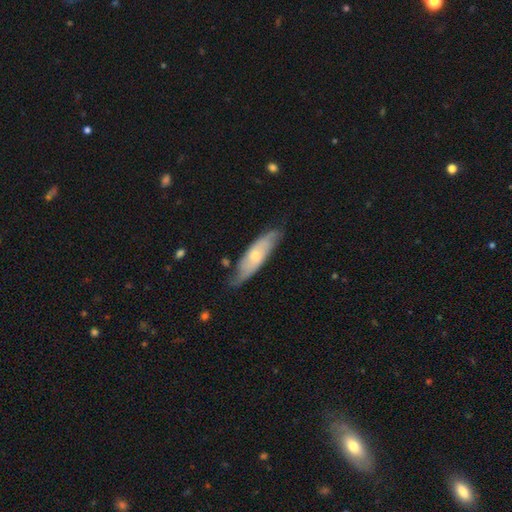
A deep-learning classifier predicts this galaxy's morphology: smooth-or-featured: featured or disk: 50% | smooth: 44% | star or artifact: 6%
  disk-edge-on: no: 66% | yes: 34%
  merging: none: 68% | minor disturbance: 25% | major disturbance: 5% | merger: 2%